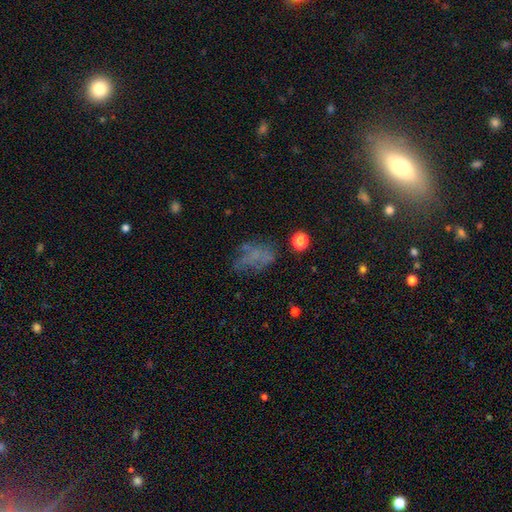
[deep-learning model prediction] Smooth or featured?
  - smooth: 42% *
  - featured or disk: 34%
  - star or artifact: 24%
Merging?
  - none: 44% *
  - major disturbance: 28%
  - minor disturbance: 22%
  - merger: 6%